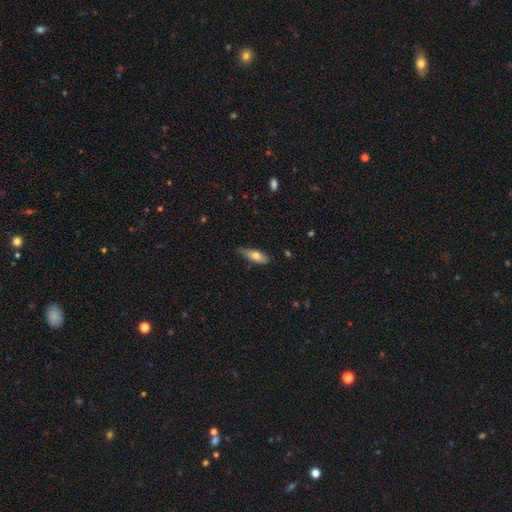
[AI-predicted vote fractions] A smooth galaxy with no disk features (70%) that is in between round and cigar-shaped (66%).

Vote fractions:
- Smooth or featured? smooth: 70% / featured or disk: 24% / star or artifact: 7%
- How rounded? in between: 66% / cigar-shaped: 31% / round: 2%
- Merging? none: 62% / minor disturbance: 31% / major disturbance: 5% / merger: 2%